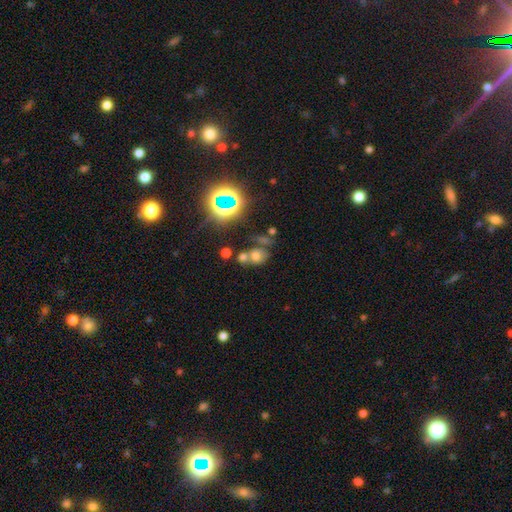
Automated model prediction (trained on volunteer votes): smooth 52%, star or artifact 32%, featured or disk 16%. Down the decision tree: how rounded — round (51%); merging — merger (41%).